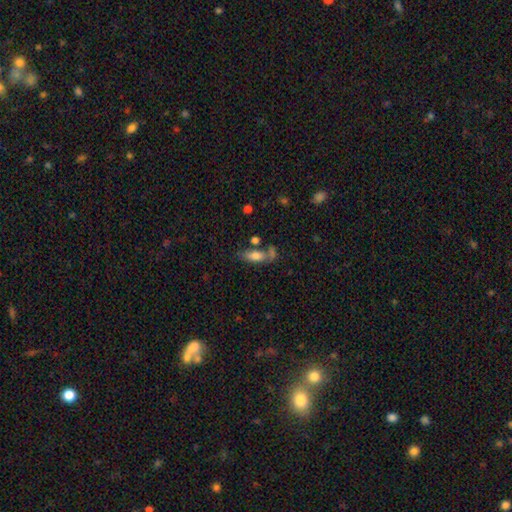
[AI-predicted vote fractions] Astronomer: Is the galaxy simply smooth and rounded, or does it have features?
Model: smooth — 72%.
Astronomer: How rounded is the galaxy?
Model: in between — 72%.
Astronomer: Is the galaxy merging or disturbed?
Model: none — 49%.